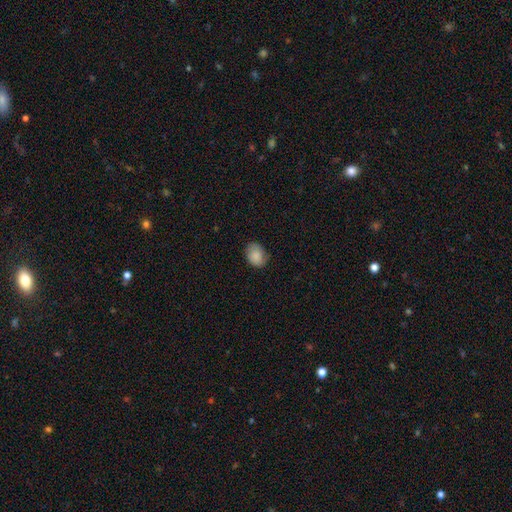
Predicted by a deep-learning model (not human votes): smooth-or-featured: smooth: 85% | featured or disk: 8% | star or artifact: 7%
  how-rounded: in between: 59% | round: 40% | cigar-shaped: 1%
  merging: none: 75% | minor disturbance: 20% | major disturbance: 4% | merger: 1%